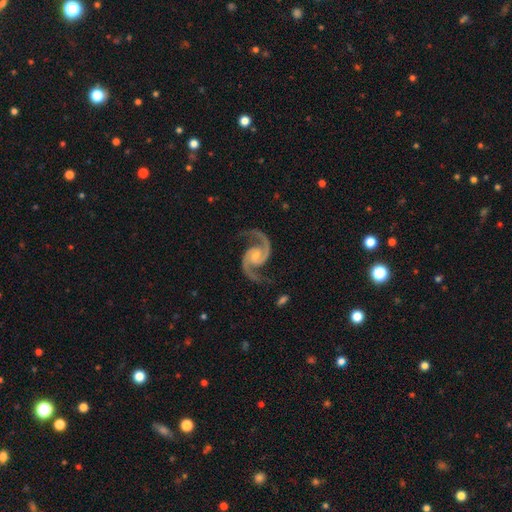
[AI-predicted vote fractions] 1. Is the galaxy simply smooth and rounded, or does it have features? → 94% featured or disk, 4% star or artifact, 2% smooth.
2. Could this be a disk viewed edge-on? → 98% no, 2% yes.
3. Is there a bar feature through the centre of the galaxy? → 63% no, 28% weak, 9% strong.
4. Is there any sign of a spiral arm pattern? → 99% yes, 1% no.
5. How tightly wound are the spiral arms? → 64% medium, 22% loose, 14% tight.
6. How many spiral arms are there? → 95% 2, 1% 3, 1% can't tell, 1% 1, 1% 4, 1% more than 4.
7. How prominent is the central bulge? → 62% small, 30% moderate, 5% none, 2% large, 1% dominant.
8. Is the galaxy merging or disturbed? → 79% none, 13% minor disturbance, 6% major disturbance, 2% merger.